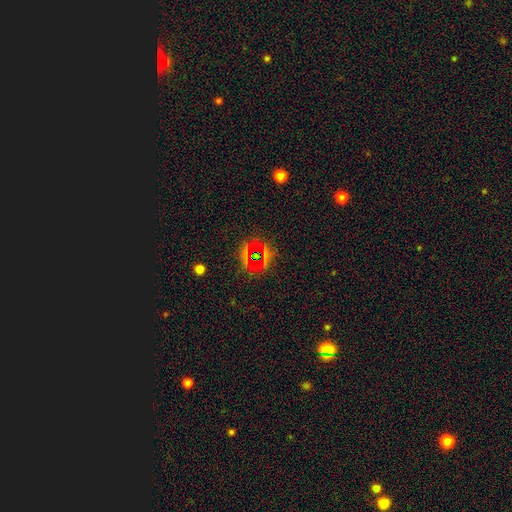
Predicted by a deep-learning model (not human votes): The model was most divided on "smooth or featured": star or artifact: 54%, smooth: 35%, featured or disk: 11%.